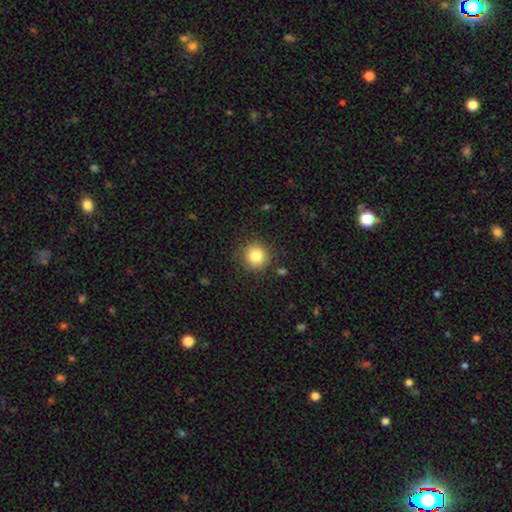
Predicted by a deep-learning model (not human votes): A smooth galaxy with no disk features (84%) that is round (93%). Merging: none (88%).